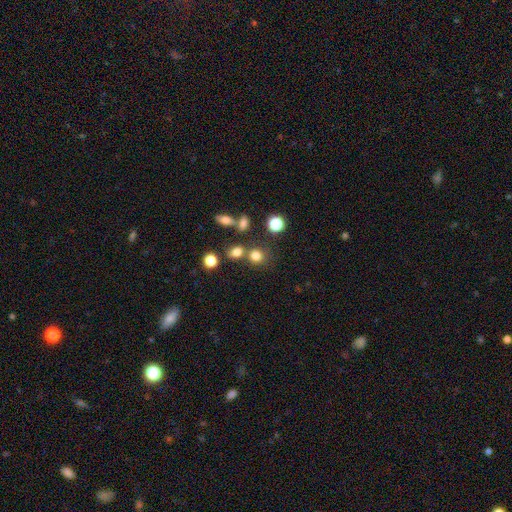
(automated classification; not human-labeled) A smooth galaxy with no disk features (77%) that is round (79%).

Vote fractions:
- Smooth or featured? smooth: 77% / star or artifact: 15% / featured or disk: 8%
- How rounded? round: 79% / in between: 19% / cigar-shaped: 1%
- Merging? none: 62% / merger: 22% / minor disturbance: 10% / major disturbance: 5%